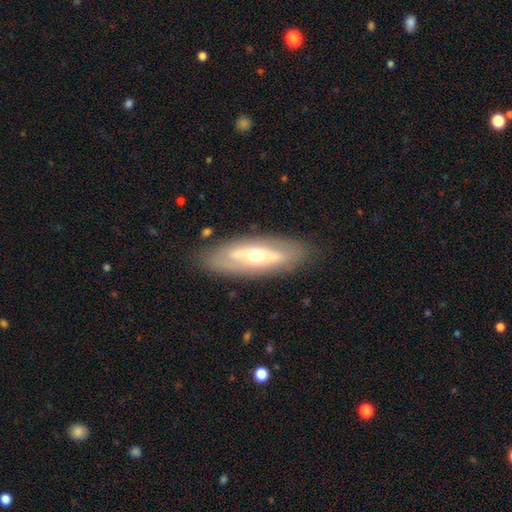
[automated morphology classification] A featured or disk galaxy (60%). Merging: none (81%).